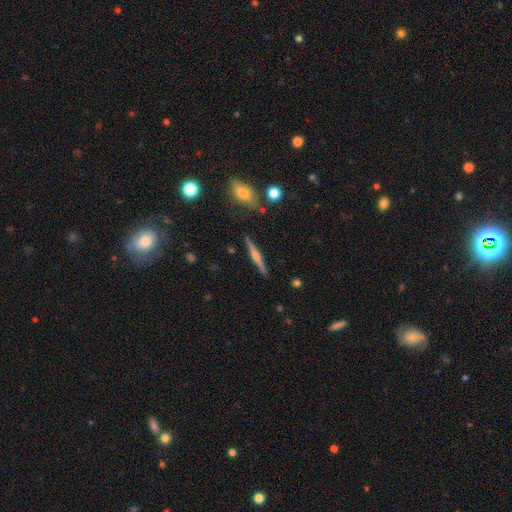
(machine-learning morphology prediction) Q: Smooth or featured?
A: featured or disk (67%); runner-up: smooth (26%)
Q: Edge-on disk?
A: yes (98%); runner-up: no (2%)
Q: Edge-on bulge?
A: rounded (82%); runner-up: boxy (9%)
Q: Merging?
A: none (88%); runner-up: minor disturbance (8%)